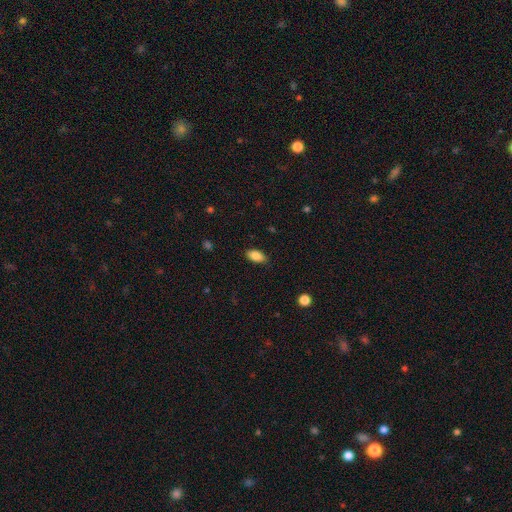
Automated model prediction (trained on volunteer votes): The model was most divided on "merging": none: 85%, minor disturbance: 12%, major disturbance: 3%, merger: 1%. More confident: how rounded — in between (91%); smooth or featured — smooth (86%).